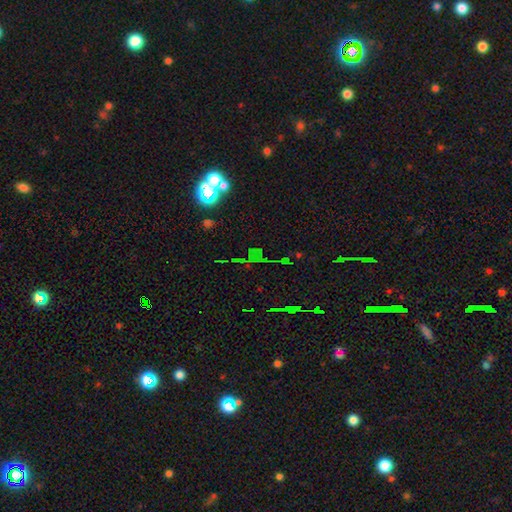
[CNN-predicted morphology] smooth-or-featured: star or artifact: 67% | smooth: 20% | featured or disk: 13%